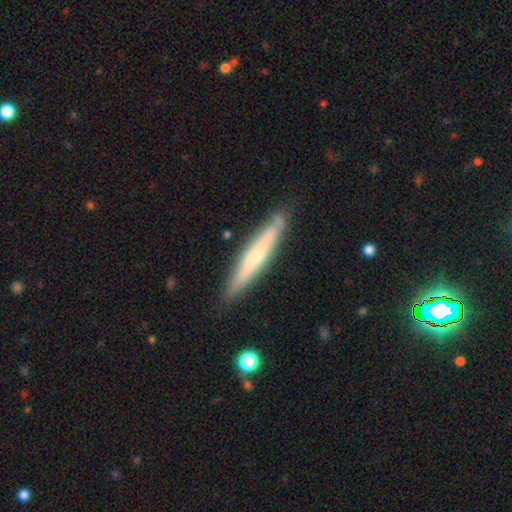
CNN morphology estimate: A smooth galaxy with no disk features (49%).

Vote fractions:
- Smooth or featured? smooth: 49% / featured or disk: 45% / star or artifact: 6%
- Merging? none: 84% / minor disturbance: 12% / merger: 2% / major disturbance: 2%